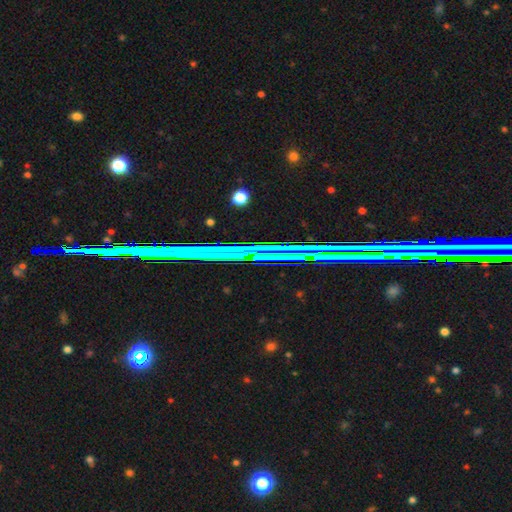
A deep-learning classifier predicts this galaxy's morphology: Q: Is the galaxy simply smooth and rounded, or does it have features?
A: star or artifact — 69%.